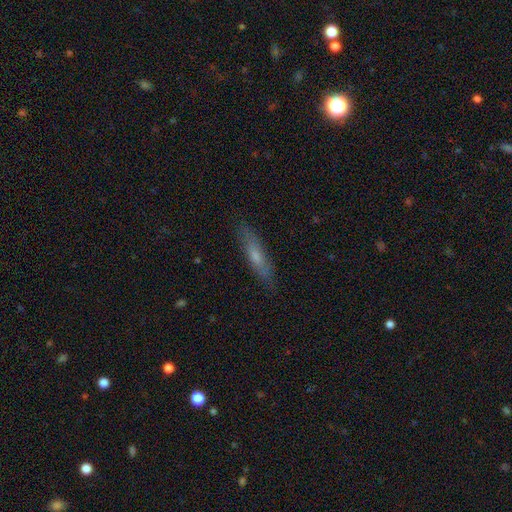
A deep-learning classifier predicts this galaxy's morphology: The model was most divided on "smooth or featured": smooth: 55%, featured or disk: 38%, star or artifact: 8%. More confident: merging — none (85%); how rounded — cigar-shaped (84%).